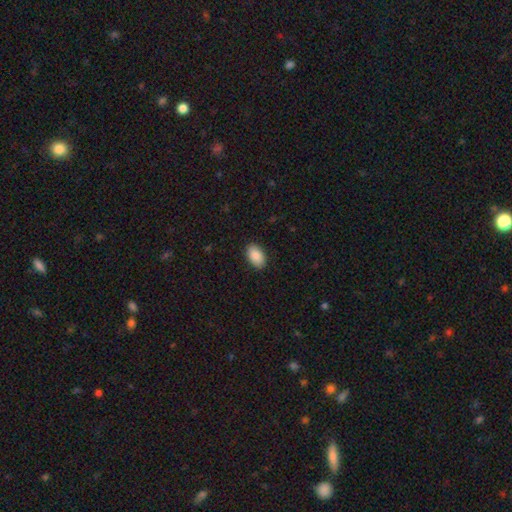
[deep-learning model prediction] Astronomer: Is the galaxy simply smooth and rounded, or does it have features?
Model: smooth — 89%.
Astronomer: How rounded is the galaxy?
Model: in between — 94%.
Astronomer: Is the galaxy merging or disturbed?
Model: none — 89%.